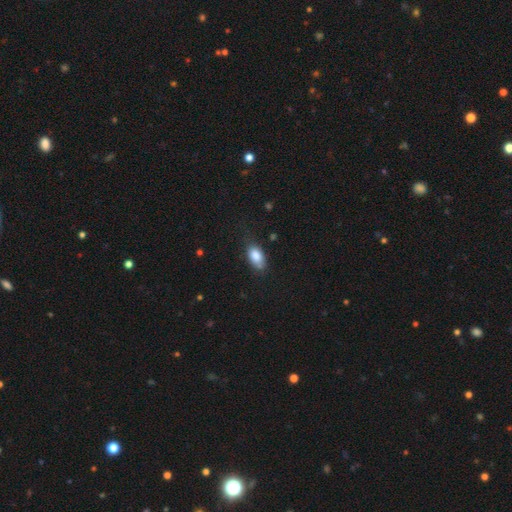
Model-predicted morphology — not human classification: A smooth galaxy with no disk features (84%) that is in between round and cigar-shaped (91%).

Vote fractions:
- Smooth or featured? smooth: 84% / featured or disk: 8% / star or artifact: 7%
- How rounded? in between: 91% / round: 5% / cigar-shaped: 4%
- Merging? none: 65% / minor disturbance: 26% / major disturbance: 7% / merger: 2%